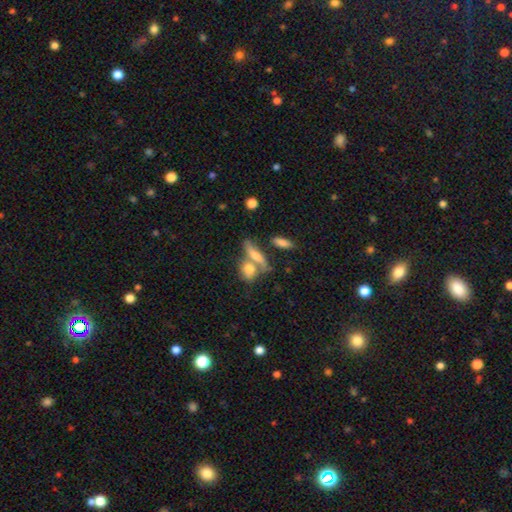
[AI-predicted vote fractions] smooth_or_featured: smooth (p=0.64) [alt: featured or disk p=0.27]
how_rounded: in between (p=0.50) [alt: cigar-shaped p=0.40]
merging: none (p=0.44) [alt: merger p=0.39]